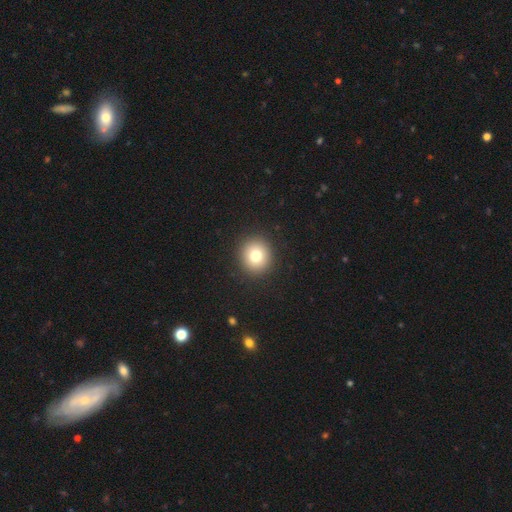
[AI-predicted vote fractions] Q: Smooth or featured?
A: smooth (78%); runner-up: star or artifact (12%)
Q: How rounded?
A: round (89%); runner-up: in between (10%)
Q: Merging?
A: none (92%); runner-up: minor disturbance (5%)